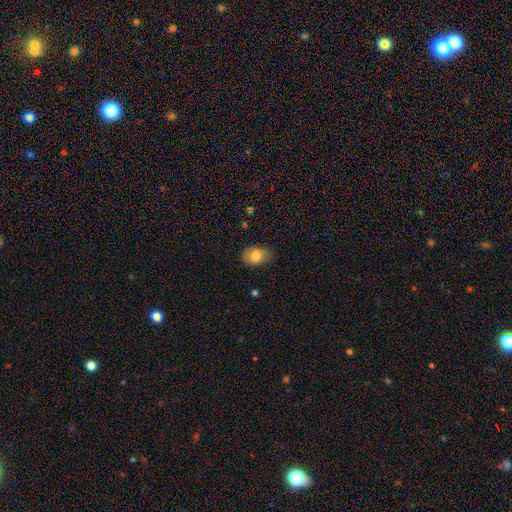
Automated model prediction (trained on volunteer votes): Smooth or featured: smooth — 78% (featured or disk — 14%)
How rounded: in between — 77% (round — 22%)
Merging: none — 72% (minor disturbance — 22%)